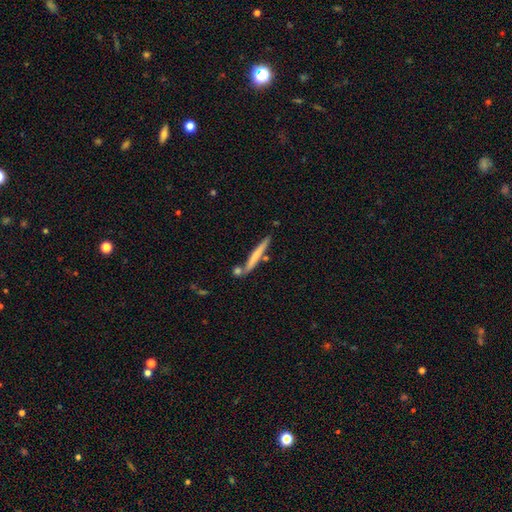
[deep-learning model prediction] smooth-or-featured: smooth: 61% | featured or disk: 33% | star or artifact: 6%
  how-rounded: cigar-shaped: 96% | in between: 3% | round: 1%
  merging: none: 74% | minor disturbance: 12% | merger: 11% | major disturbance: 3%